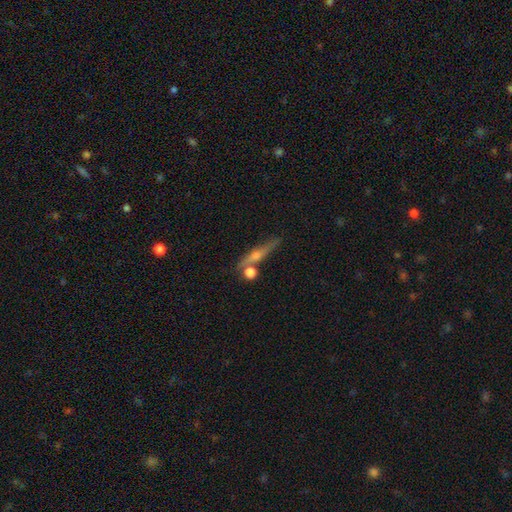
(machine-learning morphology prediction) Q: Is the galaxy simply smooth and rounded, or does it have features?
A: featured or disk — 60%.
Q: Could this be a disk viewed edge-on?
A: yes — 93%.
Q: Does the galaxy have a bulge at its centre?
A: rounded — 86%.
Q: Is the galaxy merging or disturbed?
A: none — 71%.